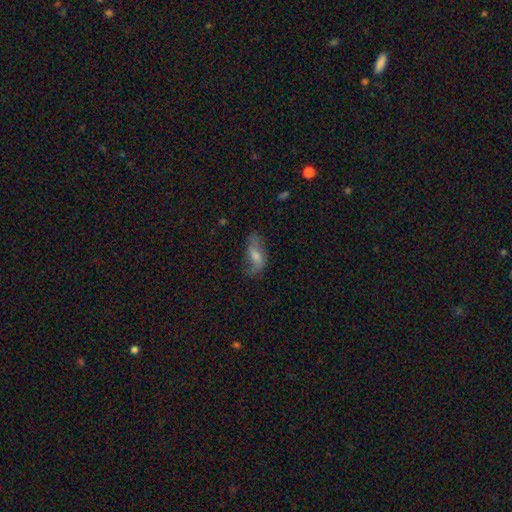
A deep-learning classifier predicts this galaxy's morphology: Q: Smooth or featured?
A: featured or disk (50%); runner-up: smooth (41%)
Q: Edge-on disk?
A: no (89%); runner-up: yes (11%)
Q: Merging?
A: none (57%); runner-up: minor disturbance (25%)